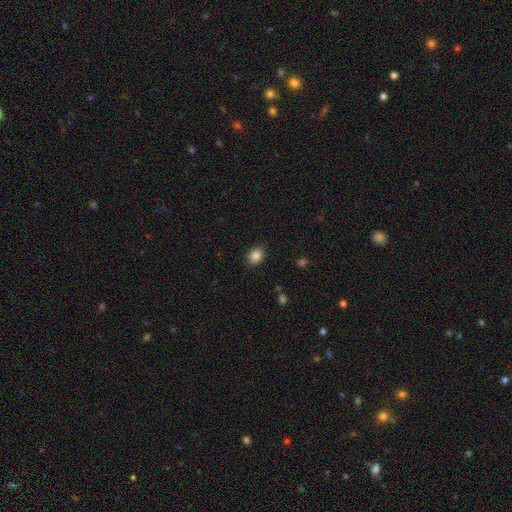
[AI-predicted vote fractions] The model was most divided on "how rounded": in between: 65%, round: 34%, cigar-shaped: 1%. More confident: merging — none (87%); smooth or featured — smooth (86%).